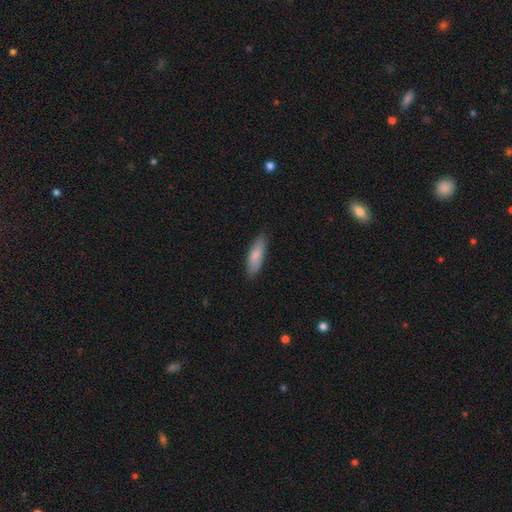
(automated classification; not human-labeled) smooth-or-featured: smooth: 82% | featured or disk: 13% | star or artifact: 6%
  how-rounded: cigar-shaped: 50% | in between: 48% | round: 2%
  merging: none: 85% | minor disturbance: 12% | major disturbance: 2% | merger: 1%